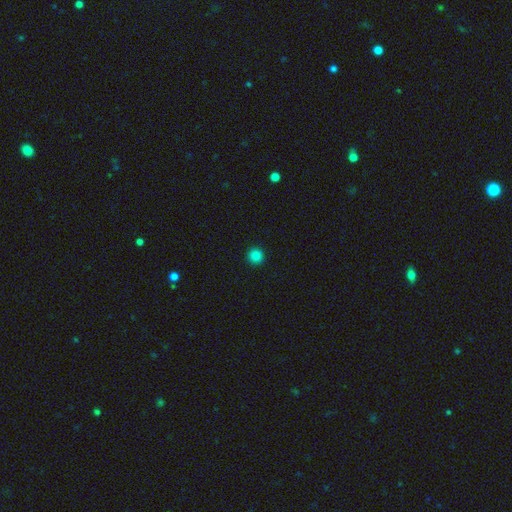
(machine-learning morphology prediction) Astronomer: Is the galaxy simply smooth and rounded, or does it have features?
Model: smooth — 84%.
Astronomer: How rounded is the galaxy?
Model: round — 95%.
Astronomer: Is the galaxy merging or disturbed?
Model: none — 94%.